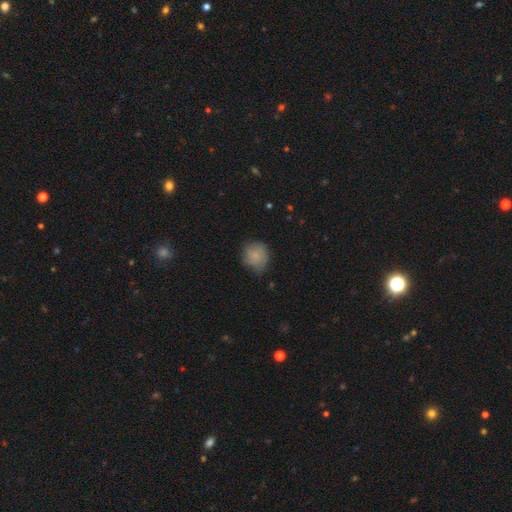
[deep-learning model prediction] Morphology: type=smooth (75%); roundness=round (75%); merging=none (60%).